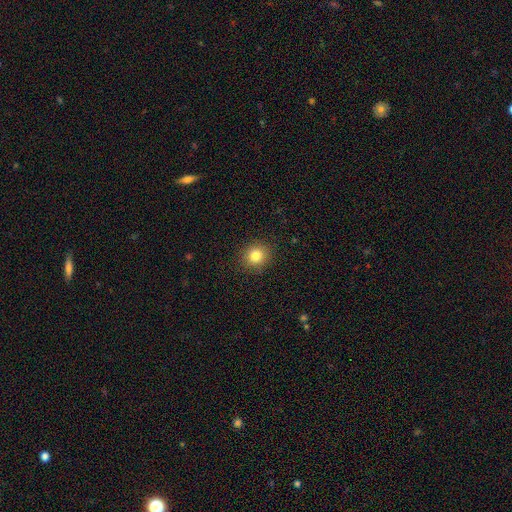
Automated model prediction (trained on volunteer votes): smooth-or-featured: smooth: 82% | star or artifact: 11% | featured or disk: 7%
  how-rounded: round: 83% | in between: 16% | cigar-shaped: 1%
  merging: none: 90% | minor disturbance: 7% | major disturbance: 2% | merger: 1%